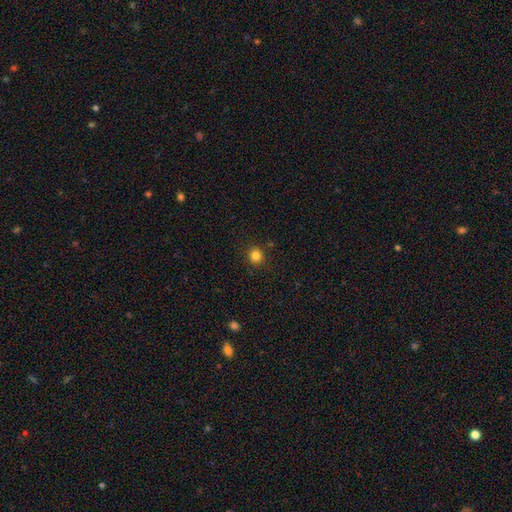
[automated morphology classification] The model was most divided on "smooth or featured": smooth: 83%, star or artifact: 13%, featured or disk: 4%. More confident: merging — none (90%); how rounded — round (90%).